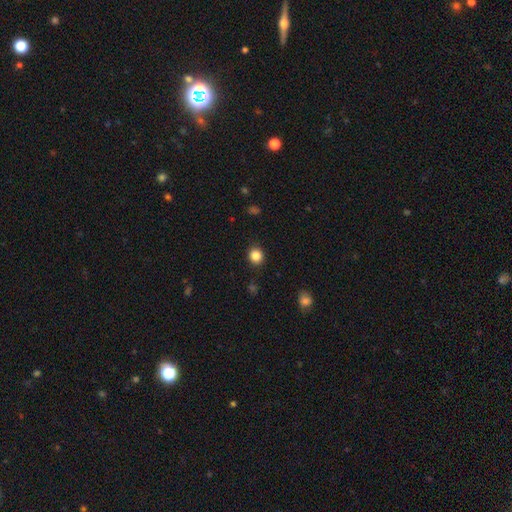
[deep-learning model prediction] A smooth galaxy with no disk features (86%) that is round (83%).

Vote fractions:
- Smooth or featured? smooth: 86% / star or artifact: 11% / featured or disk: 4%
- How rounded? round: 83% / in between: 16% / cigar-shaped: 1%
- Merging? none: 90% / minor disturbance: 7% / major disturbance: 2% / merger: 1%